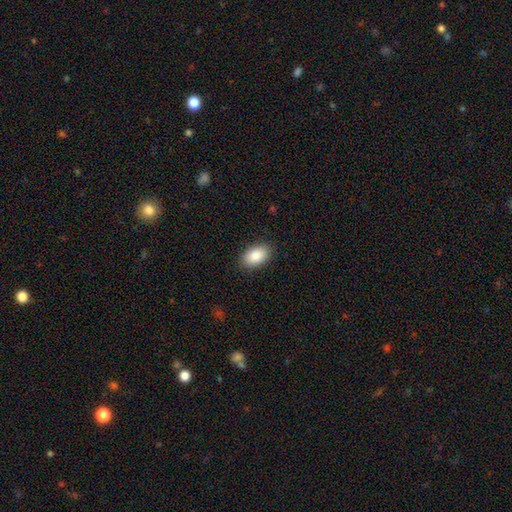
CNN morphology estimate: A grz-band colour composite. It shows a smooth galaxy with no disk features (87%) that is in between round and cigar-shaped (93%). Merging: none (88%).